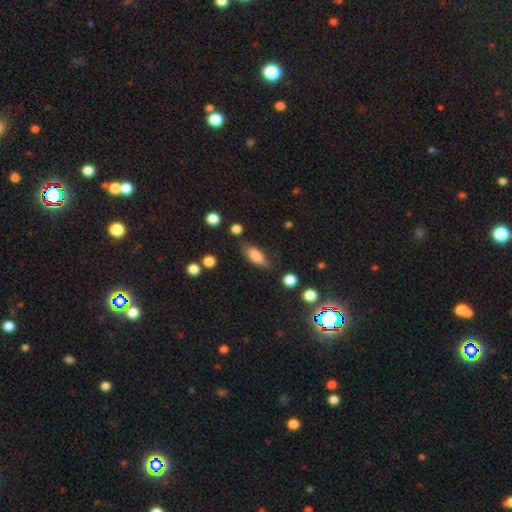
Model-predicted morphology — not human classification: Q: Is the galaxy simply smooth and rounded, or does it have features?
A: smooth — 76%.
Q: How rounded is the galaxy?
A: in between — 78%.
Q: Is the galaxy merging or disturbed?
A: none — 69%.